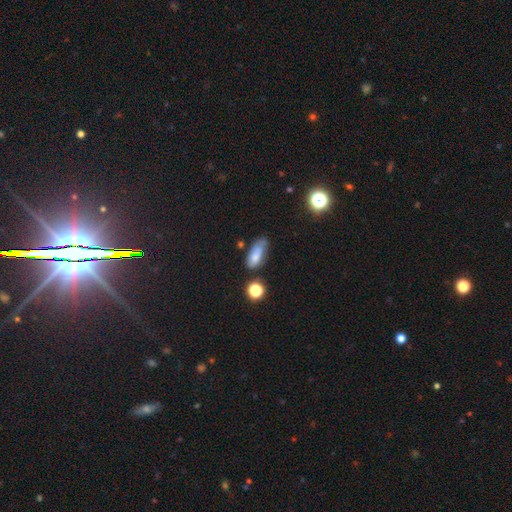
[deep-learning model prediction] Smooth or featured?
  - smooth: 72% *
  - featured or disk: 16%
  - star or artifact: 12%
How rounded?
  - in between: 78% *
  - cigar-shaped: 17%
  - round: 5%
Merging?
  - none: 45% *
  - minor disturbance: 35%
  - major disturbance: 13%
  - merger: 8%